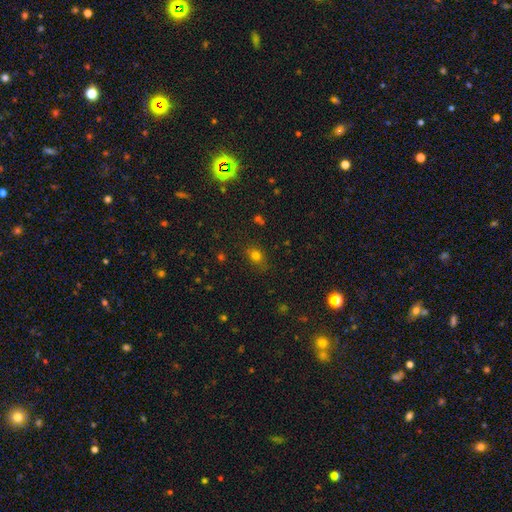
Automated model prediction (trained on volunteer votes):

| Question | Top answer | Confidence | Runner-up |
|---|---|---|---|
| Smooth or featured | smooth | 74% | star or artifact (18%) |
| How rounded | in between | 53% | round (45%) |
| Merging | none | 79% | minor disturbance (15%) |